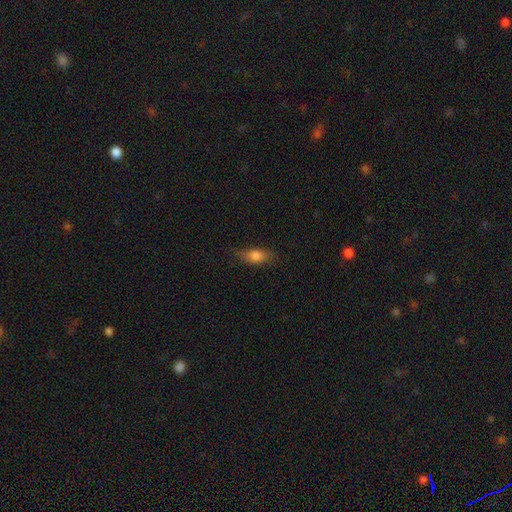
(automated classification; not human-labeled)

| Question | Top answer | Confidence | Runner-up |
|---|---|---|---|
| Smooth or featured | smooth | 75% | featured or disk (17%) |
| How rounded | in between | 75% | cigar-shaped (18%) |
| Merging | none | 75% | minor disturbance (19%) |